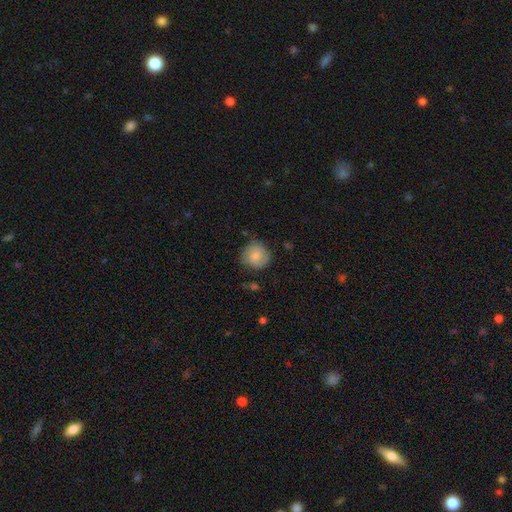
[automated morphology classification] This is likely a smooth galaxy (69%). How rounded: clearly round (88%). Merging: likely none (71%).